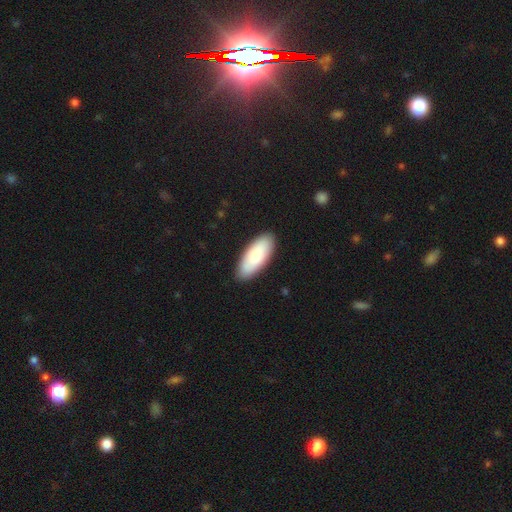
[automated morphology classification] smooth_or_featured: smooth (p=0.82) [alt: featured or disk p=0.13]
how_rounded: in between (p=0.82) [alt: cigar-shaped p=0.16]
merging: none (p=0.88) [alt: minor disturbance p=0.09]